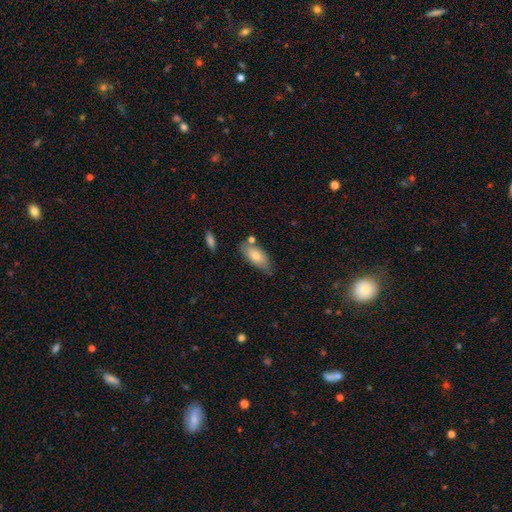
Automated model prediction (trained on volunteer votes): This is likely a smooth galaxy (76%). How rounded: clearly in between (89%). Merging: likely none (66%).